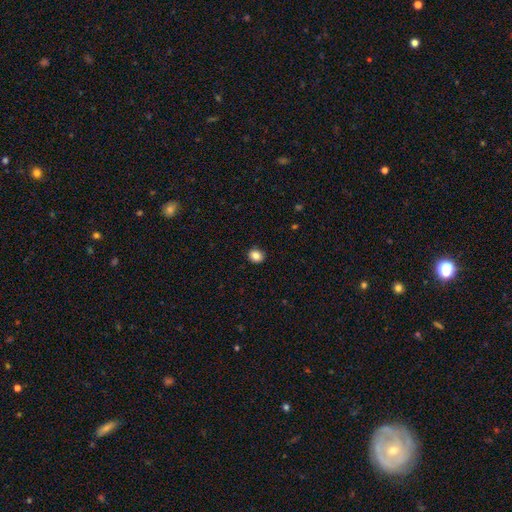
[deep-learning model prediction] Smooth or featured? smooth (85%)
How rounded? round (70%)
Merging? none (91%)